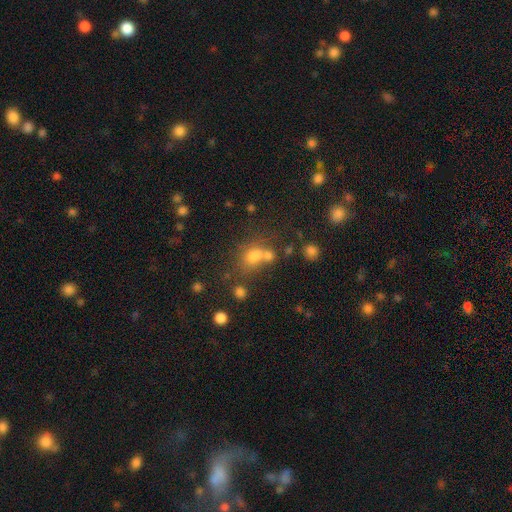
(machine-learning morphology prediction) Smooth or featured? Predicted: smooth (p=0.71). How rounded? Predicted: in between (p=0.61). Merging? Predicted: merger (p=0.41).